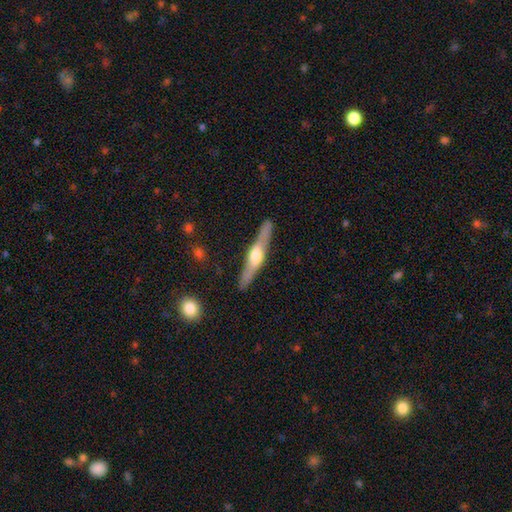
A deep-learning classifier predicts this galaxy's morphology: type=featured or disk (72%); edge-on=yes (95%); edge-on bulge=rounded (88%); merging=none (87%).